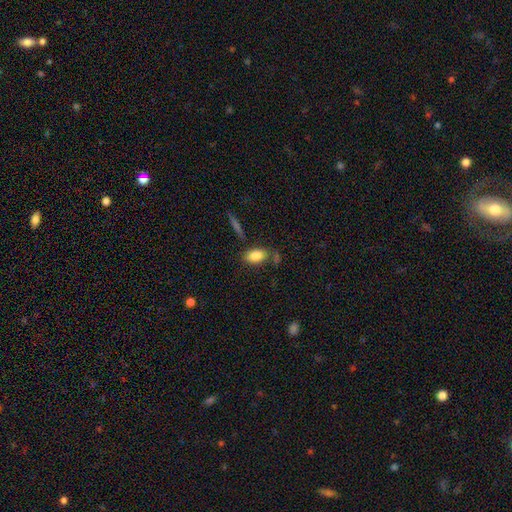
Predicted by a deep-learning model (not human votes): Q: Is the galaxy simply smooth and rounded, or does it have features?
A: smooth — 83%.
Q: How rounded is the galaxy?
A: in between — 89%.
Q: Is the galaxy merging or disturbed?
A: none — 68%.